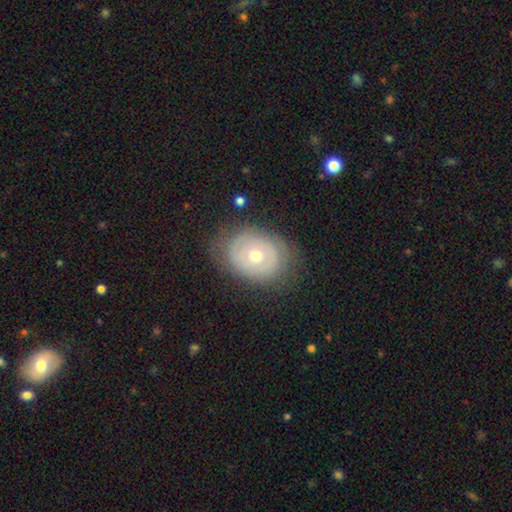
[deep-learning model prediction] Morphology: type=featured or disk (55%); edge-on=no (94%); bar=no (90%); spiral arms=no (70%); bulge=moderate (65%); merging=none (76%).